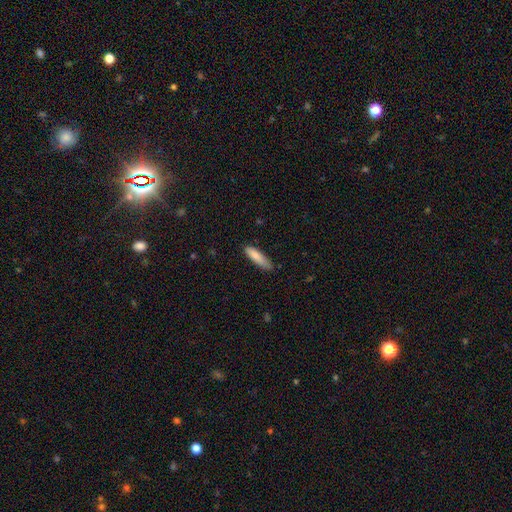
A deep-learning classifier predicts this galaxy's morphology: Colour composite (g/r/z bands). It shows a smooth galaxy with no disk features (83%) that is cigar-shaped (67%). Merging: none (73%).